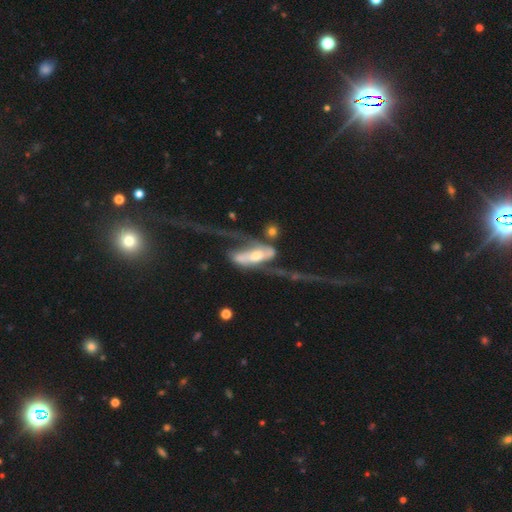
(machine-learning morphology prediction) Smooth or featured? Predicted: featured or disk (p=0.85). Edge-on disk? Predicted: no (p=0.85). Bar? Predicted: strong (p=0.54). Spiral arms? Predicted: yes (p=0.90). Spiral winding? Predicted: loose (p=0.81). Spiral arm count? Predicted: 2 (p=0.90). Bulge size? Predicted: moderate (p=0.55). Merging? Predicted: major disturbance (p=0.43).